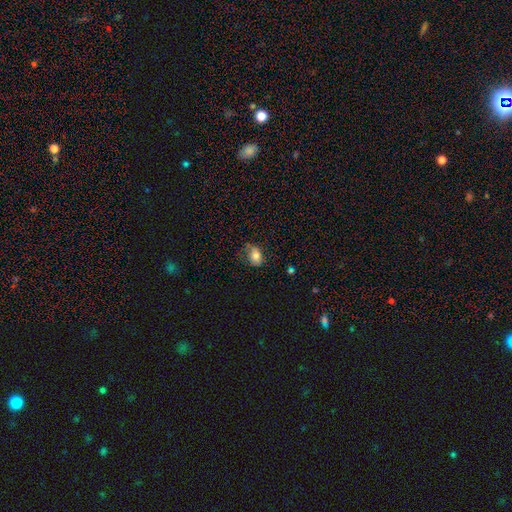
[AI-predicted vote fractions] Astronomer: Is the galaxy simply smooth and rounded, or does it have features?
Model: smooth — 79%.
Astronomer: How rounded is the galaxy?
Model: in between — 81%.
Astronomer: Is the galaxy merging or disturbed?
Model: none — 55% (runner-up: minor disturbance, 31%).